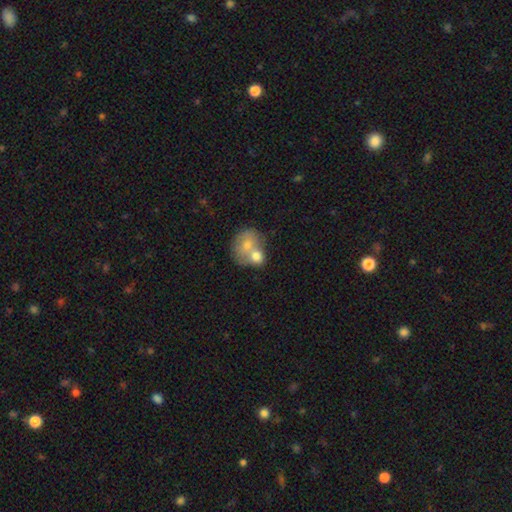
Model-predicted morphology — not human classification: type=smooth (71%); roundness=round (61%); merging=merger (68%).